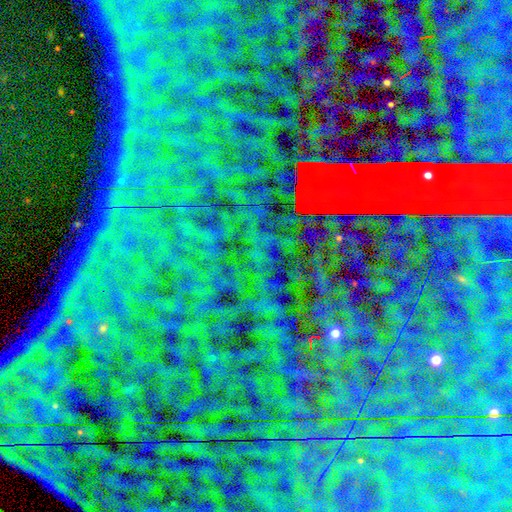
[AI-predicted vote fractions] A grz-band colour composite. It shows a star or artifact, not a galaxy (87%).